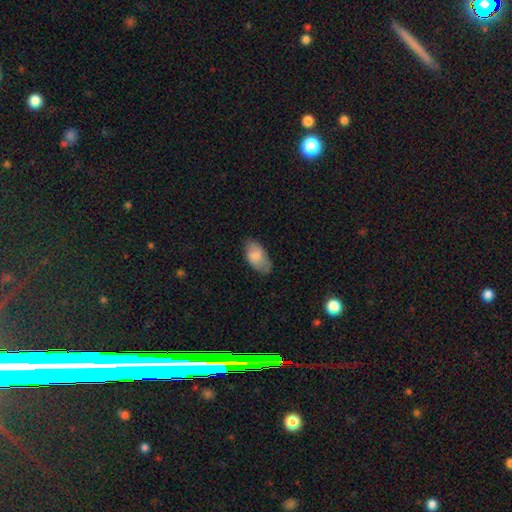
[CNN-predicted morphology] type=smooth (82%); roundness=in between (94%); merging=none (72%).